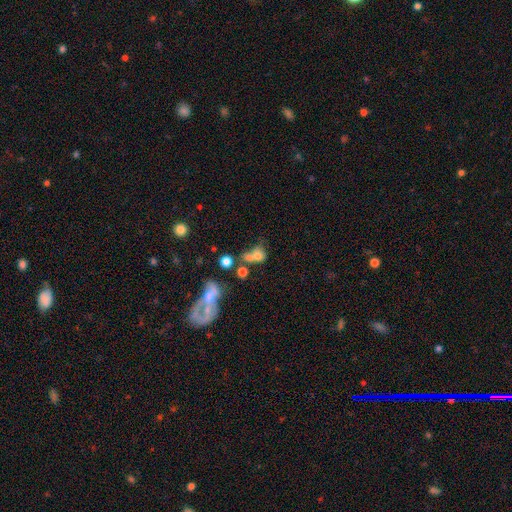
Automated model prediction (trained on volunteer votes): Smooth or featured? Predicted: smooth (p=0.67). How rounded? Predicted: round (p=0.57). Merging? Predicted: merger (p=0.48).